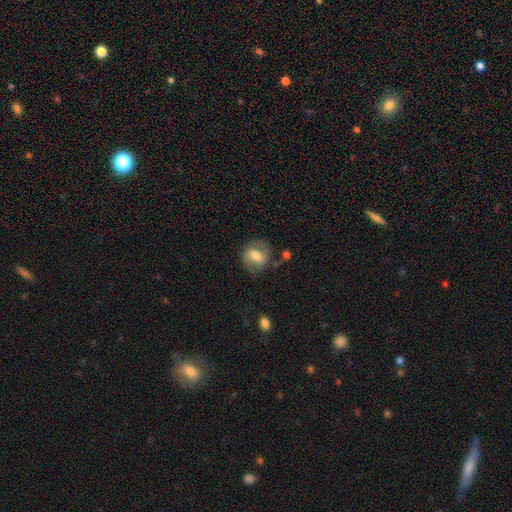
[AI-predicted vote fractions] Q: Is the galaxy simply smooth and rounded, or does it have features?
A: featured or disk — 53%.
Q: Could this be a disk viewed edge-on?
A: no — 96%.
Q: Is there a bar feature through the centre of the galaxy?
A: weak — 45%.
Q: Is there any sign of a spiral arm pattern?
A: yes — 77%.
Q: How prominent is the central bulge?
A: moderate — 57%.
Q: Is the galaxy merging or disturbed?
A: none — 70%.